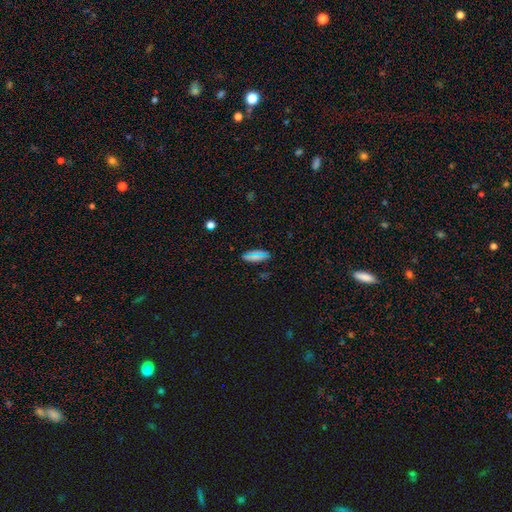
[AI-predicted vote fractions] Morphology: type=smooth (70%); roundness=in between (67%); merging=none (83%).